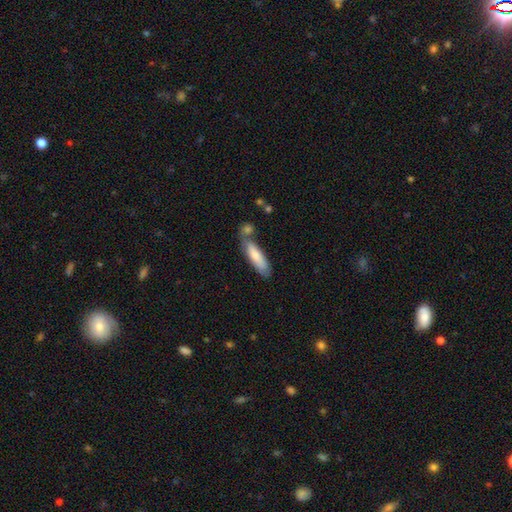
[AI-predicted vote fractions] Q: Smooth or featured?
A: smooth (77%); runner-up: featured or disk (17%)
Q: How rounded?
A: cigar-shaped (63%); runner-up: in between (35%)
Q: Merging?
A: none (57%); runner-up: merger (21%)